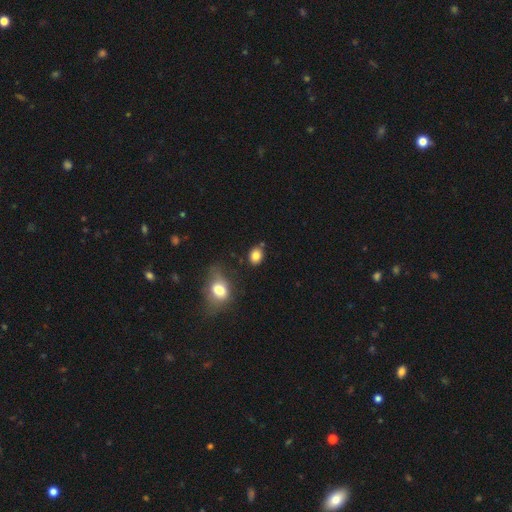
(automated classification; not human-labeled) Morphology: type=smooth (83%); roundness=in between (54%); merging=none (76%).